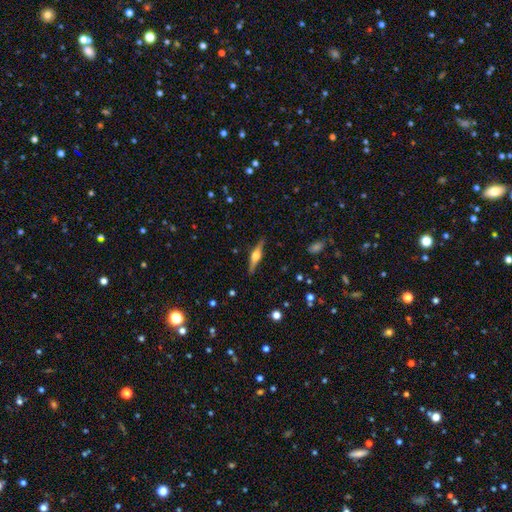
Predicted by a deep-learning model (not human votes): Smooth or featured? featured or disk (74%)
Edge-on disk? yes (98%)
Edge-on bulge? rounded (92%)
Merging? none (89%)